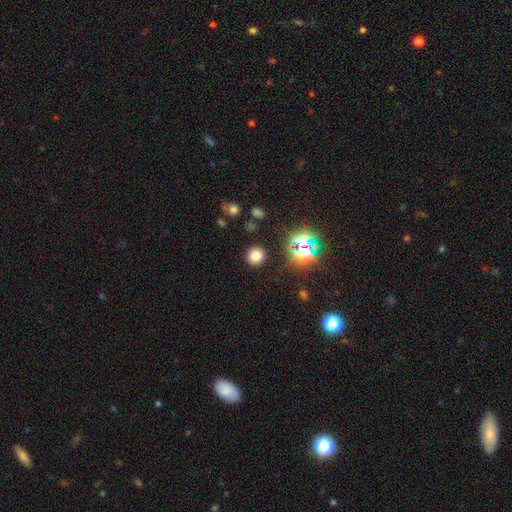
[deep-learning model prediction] Smooth or featured? smooth (73%)
How rounded? round (91%)
Merging? none (90%)